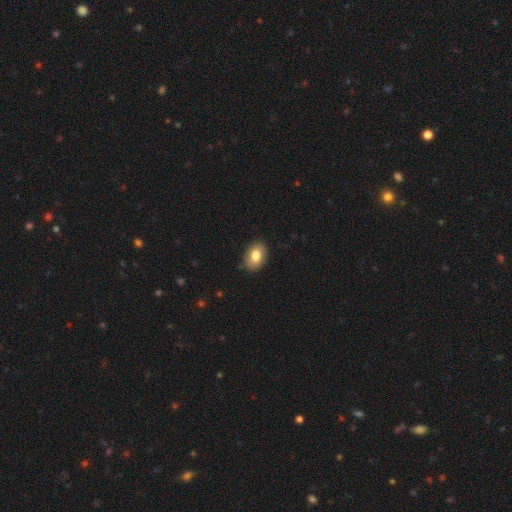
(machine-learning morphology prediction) Smooth or featured: smooth — 80% (featured or disk — 13%)
How rounded: in between — 84% (round — 15%)
Merging: none — 86% (minor disturbance — 11%)